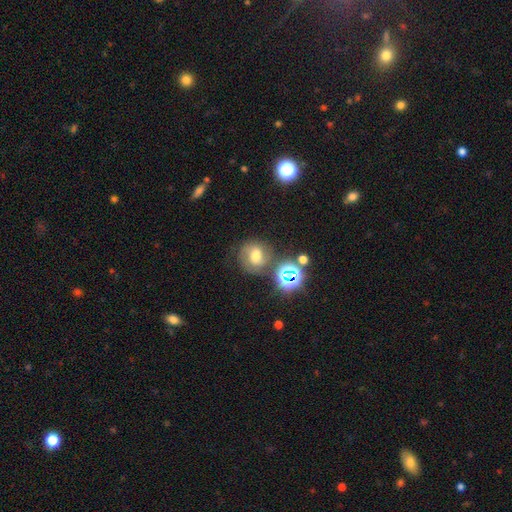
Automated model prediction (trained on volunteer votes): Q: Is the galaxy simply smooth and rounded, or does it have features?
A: smooth — 39%.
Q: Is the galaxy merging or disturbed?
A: none — 65%.